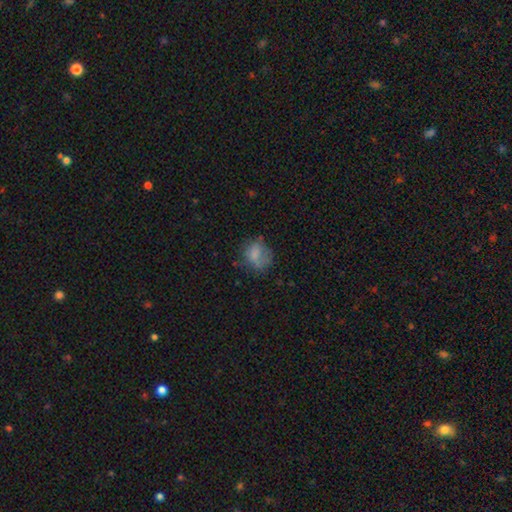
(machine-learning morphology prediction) Smooth or featured: smooth — 71% (featured or disk — 18%)
How rounded: round — 61% (in between — 37%)
Merging: none — 48% (minor disturbance — 27%)